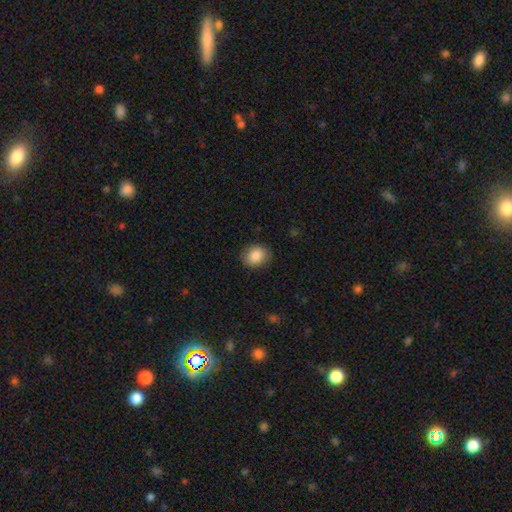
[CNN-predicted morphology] This appears to be a smooth galaxy with no disk features (86%) that is round (59%). Merging: none (86%).